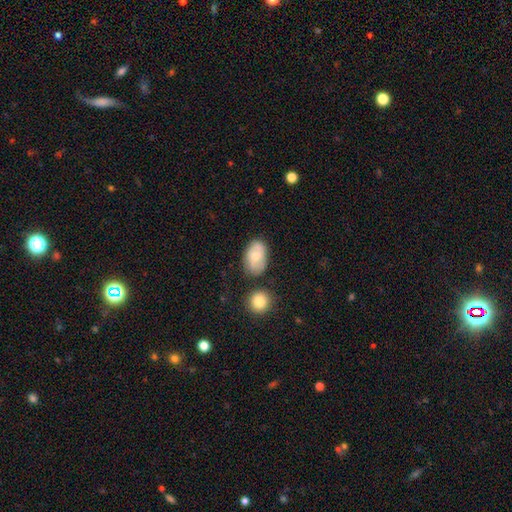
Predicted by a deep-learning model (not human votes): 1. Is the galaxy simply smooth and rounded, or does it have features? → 69% smooth, 24% featured or disk, 7% star or artifact.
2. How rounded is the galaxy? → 88% in between, 11% round, 1% cigar-shaped.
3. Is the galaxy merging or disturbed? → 64% none, 21% minor disturbance, 10% merger, 5% major disturbance.